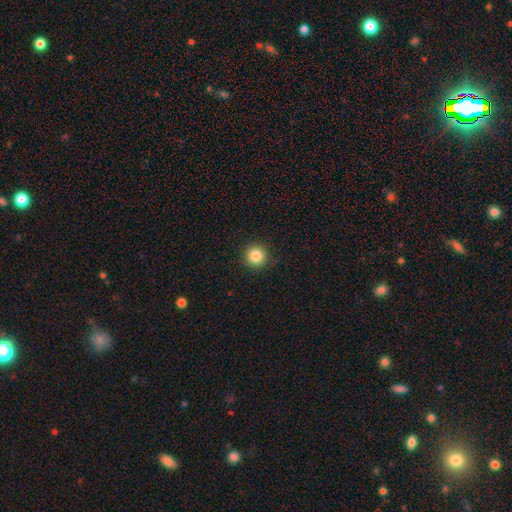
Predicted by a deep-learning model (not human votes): Morphology: type=smooth (85%); roundness=round (95%); merging=none (91%).